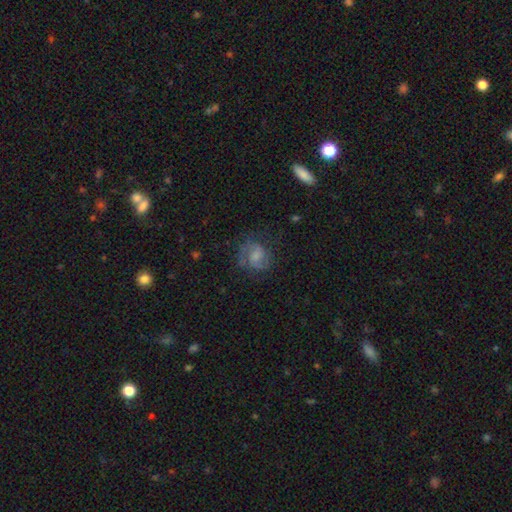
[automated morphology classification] smooth-or-featured: featured or disk: 61% | smooth: 30% | star or artifact: 9%
  disk-edge-on: no: 98% | yes: 2%
    bar: no: 47% | weak: 44% | strong: 9%
    has-spiral-arms: yes: 87% | no: 13%
      spiral-winding: medium: 50% | tight: 25% | loose: 24%
      spiral-arm-count: 2: 79% | can't tell: 11% | 1: 5% | 3: 3% | 4: 1% | more than 4: 1%
    bulge-size: small: 38% | moderate: 28% | none: 26% | large: 6% | dominant: 1%
  merging: none: 64% | minor disturbance: 21% | major disturbance: 14% | merger: 2%